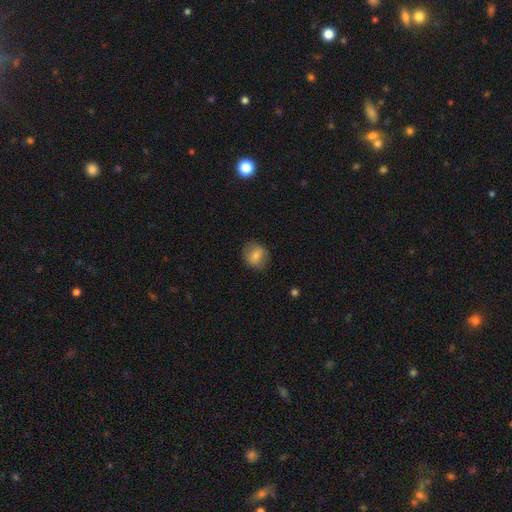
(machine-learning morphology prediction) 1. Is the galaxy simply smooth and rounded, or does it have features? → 76% smooth, 15% featured or disk, 9% star or artifact.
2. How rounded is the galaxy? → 68% round, 30% in between, 1% cigar-shaped.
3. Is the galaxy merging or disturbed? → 81% none, 14% minor disturbance, 4% major disturbance, 1% merger.